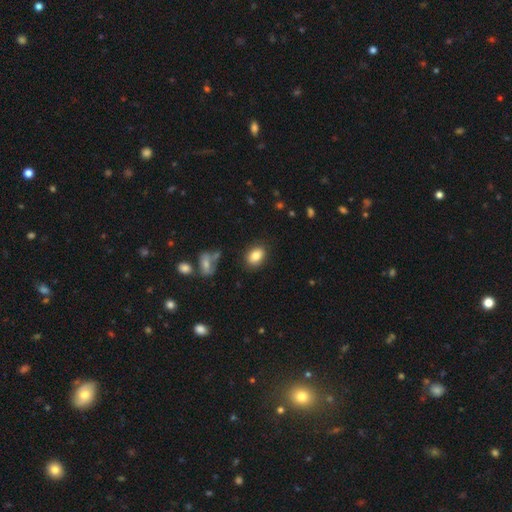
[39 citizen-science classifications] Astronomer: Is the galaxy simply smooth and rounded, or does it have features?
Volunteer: smooth — 87%.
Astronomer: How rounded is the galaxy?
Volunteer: in between — 79%.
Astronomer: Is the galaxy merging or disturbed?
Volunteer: none — 79%.